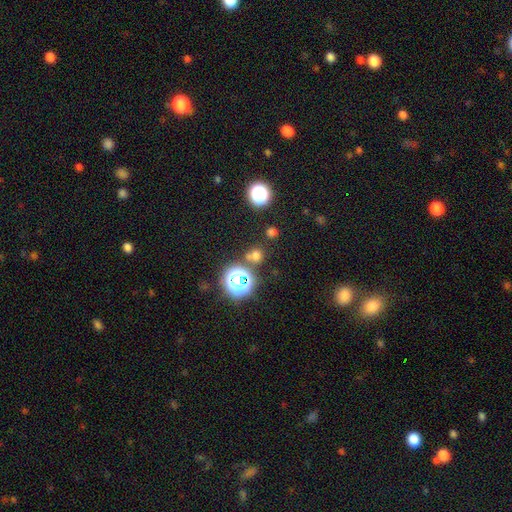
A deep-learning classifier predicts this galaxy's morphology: Smooth or featured? smooth (62%)
How rounded? round (87%)
Merging? none (73%)